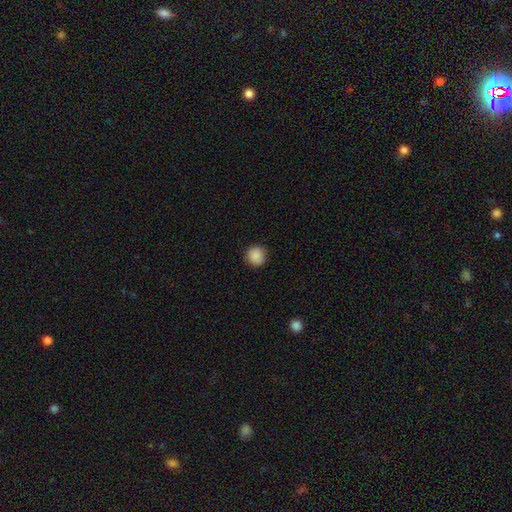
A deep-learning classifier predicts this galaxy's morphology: smooth_or_featured: smooth (p=0.89) [alt: star or artifact p=0.09]
how_rounded: round (p=0.93) [alt: in between p=0.06]
merging: none (p=0.90) [alt: minor disturbance p=0.07]